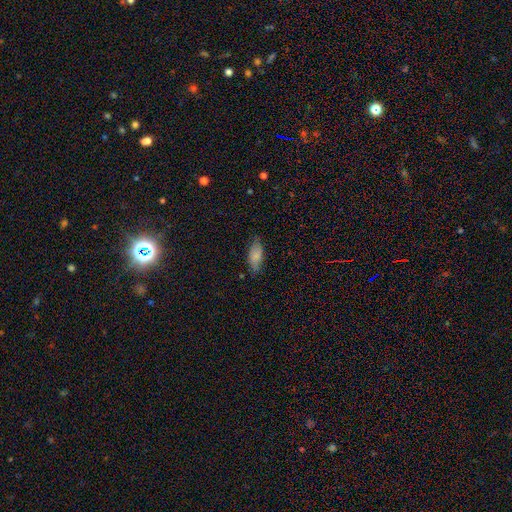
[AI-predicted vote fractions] Smooth or featured? Predicted: smooth (p=0.80). How rounded? Predicted: in between (p=0.81). Merging? Predicted: none (p=0.74).